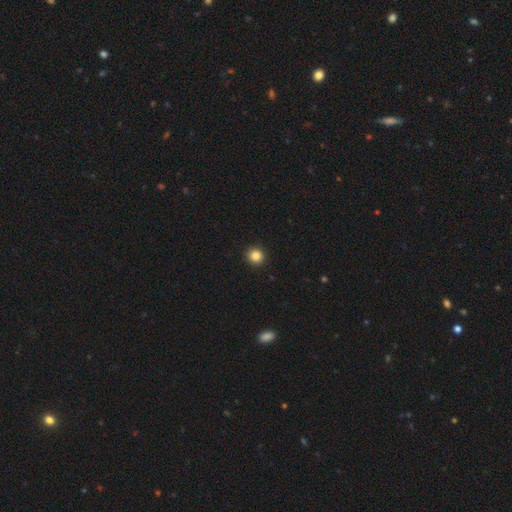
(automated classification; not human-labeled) Smooth or featured? Predicted: smooth (p=0.86). How rounded? Predicted: round (p=0.94). Merging? Predicted: none (p=0.93).